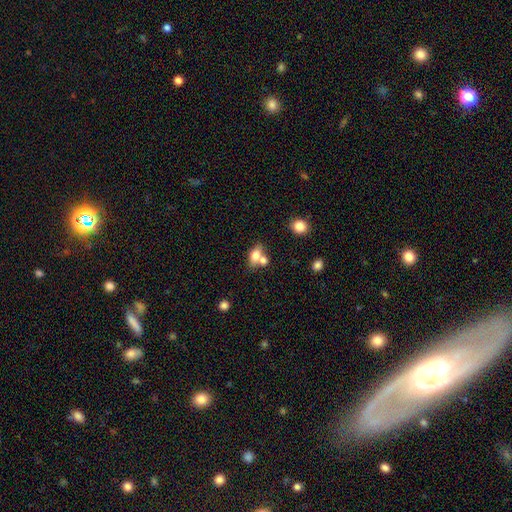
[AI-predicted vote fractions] Smooth or featured? smooth (73%)
How rounded? in between (74%)
Merging? merger (44%)